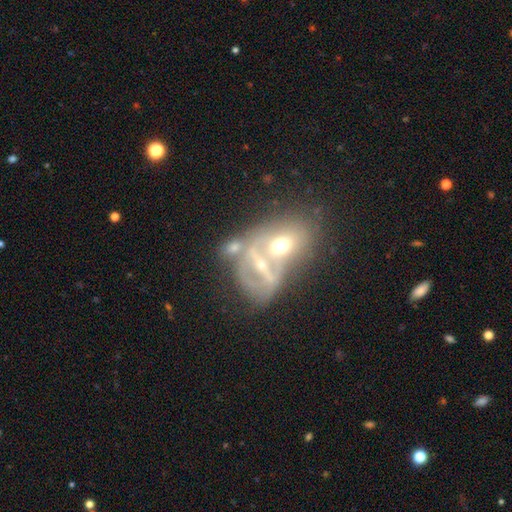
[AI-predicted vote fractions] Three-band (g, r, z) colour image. It shows a featured or disk galaxy (60%) with no bar (58%), no spiral arms (70%) and a moderate central bulge (60%). Merging: merger (65%).